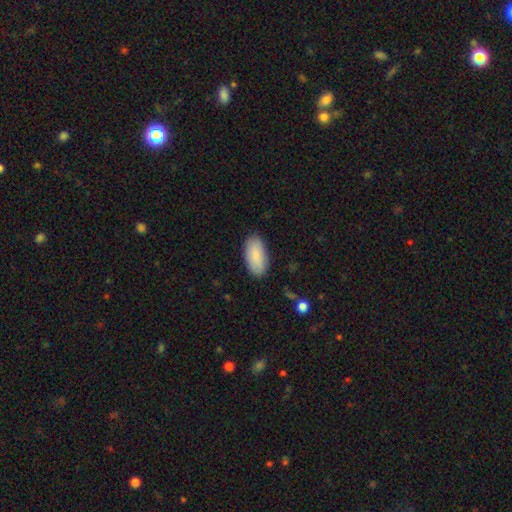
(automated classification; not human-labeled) Smooth or featured?
  - smooth: 89% *
  - featured or disk: 6%
  - star or artifact: 5%
How rounded?
  - in between: 94% *
  - cigar-shaped: 4%
  - round: 2%
Merging?
  - none: 86% *
  - minor disturbance: 11%
  - major disturbance: 2%
  - merger: 1%